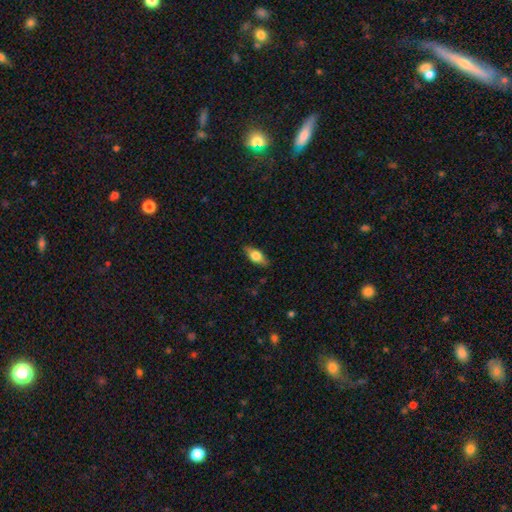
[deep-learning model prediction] smooth 67%, featured or disk 26%, star or artifact 7%. Down the decision tree: how rounded — in between (79%); merging — none (84%).